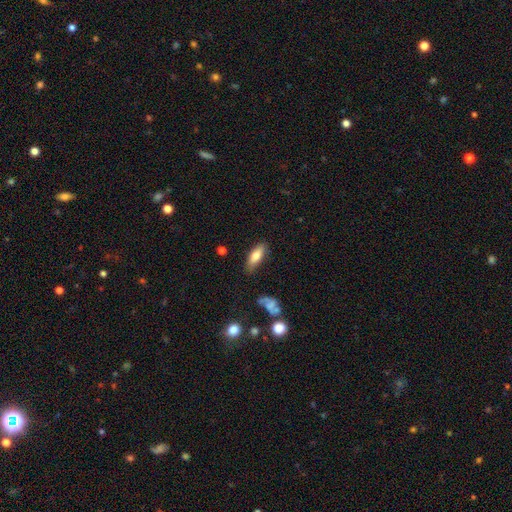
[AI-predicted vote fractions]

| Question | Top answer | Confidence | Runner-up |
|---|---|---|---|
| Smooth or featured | smooth | 74% | featured or disk (19%) |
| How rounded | in between | 72% | cigar-shaped (26%) |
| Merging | none | 79% | minor disturbance (16%) |